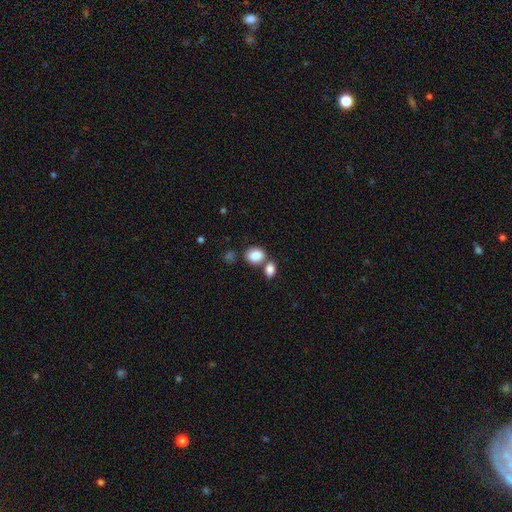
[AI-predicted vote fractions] smooth_or_featured: smooth (p=0.85) [alt: star or artifact p=0.08]
how_rounded: in between (p=0.66) [alt: round p=0.32]
merging: none (p=0.50) [alt: merger p=0.35]